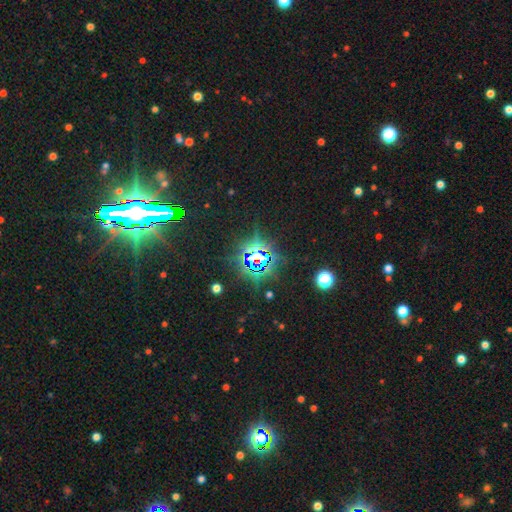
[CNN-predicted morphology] Smooth or featured? star or artifact (81%)